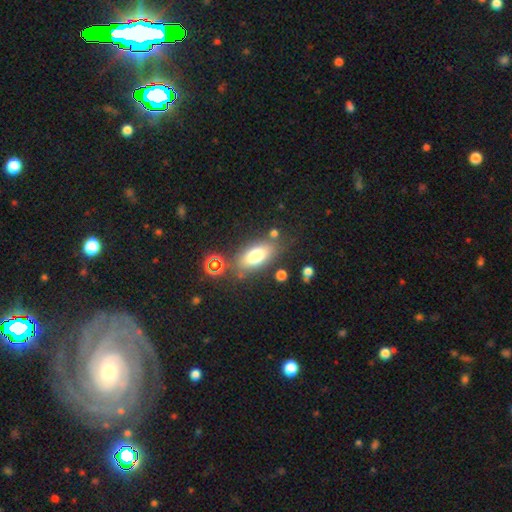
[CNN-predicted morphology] smooth-or-featured: smooth: 71% | featured or disk: 19% | star or artifact: 10%
  how-rounded: in between: 82% | cigar-shaped: 11% | round: 6%
  merging: none: 76% | minor disturbance: 14% | merger: 6% | major disturbance: 5%